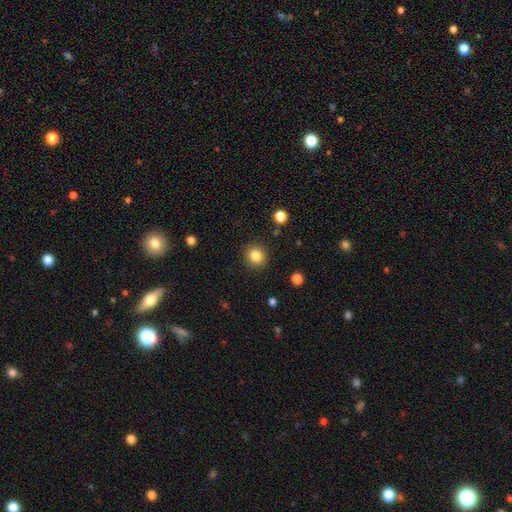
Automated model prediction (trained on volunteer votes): Smooth or featured? smooth (84%)
How rounded? round (86%)
Merging? none (90%)